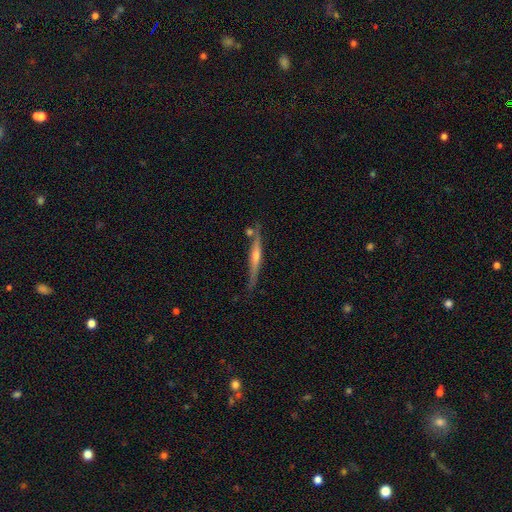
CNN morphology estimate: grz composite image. It shows a featured or disk galaxy (77%) viewed edge-on (97%) with a rounded central bulge (85%). Merging: none (79%).